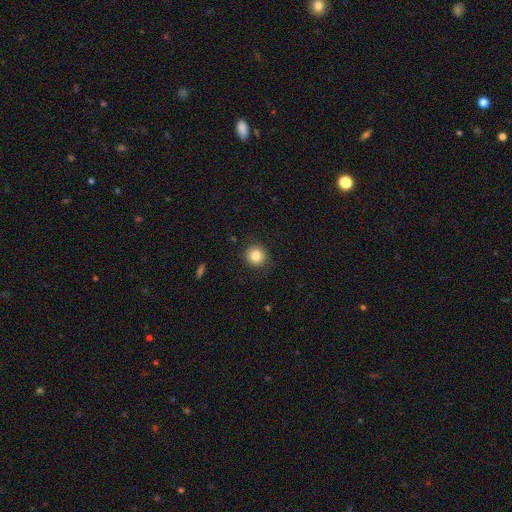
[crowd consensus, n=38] A smooth galaxy with no disk features (87%) that is round (94%).

Vote fractions:
- Smooth or featured? smooth: 87% / star or artifact: 8% / featured or disk: 5%
- How rounded? round: 94% / in between: 6% / cigar-shaped: 0%
- Merging? none: 91% / minor disturbance: 9% / major disturbance: 0% / merger: 0%